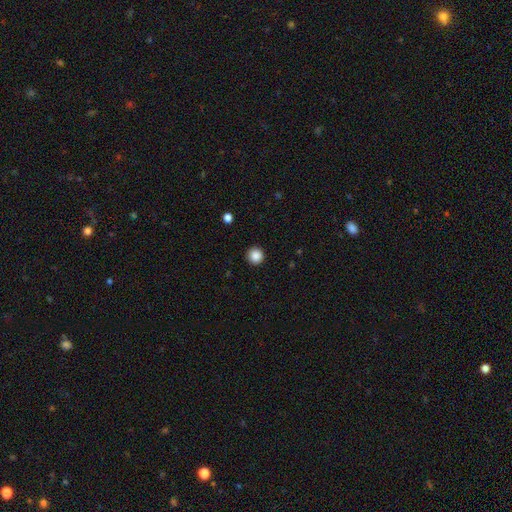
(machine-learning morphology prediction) Smooth or featured: smooth — 87% (star or artifact — 10%)
How rounded: round — 96% (in between — 3%)
Merging: none — 93% (minor disturbance — 5%)